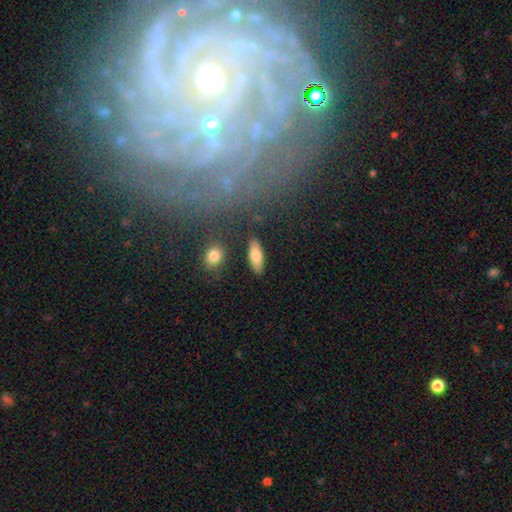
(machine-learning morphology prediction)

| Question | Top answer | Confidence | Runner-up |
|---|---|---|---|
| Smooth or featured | smooth | 79% | featured or disk (14%) |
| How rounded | in between | 70% | cigar-shaped (27%) |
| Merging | none | 84% | minor disturbance (10%) |